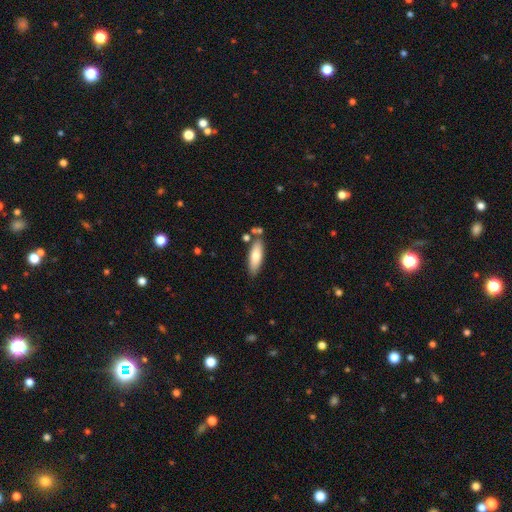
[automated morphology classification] Smooth or featured?
  - smooth: 74% *
  - featured or disk: 20%
  - star or artifact: 6%
How rounded?
  - in between: 54% *
  - cigar-shaped: 44%
  - round: 2%
Merging?
  - none: 75% *
  - minor disturbance: 14%
  - merger: 8%
  - major disturbance: 3%